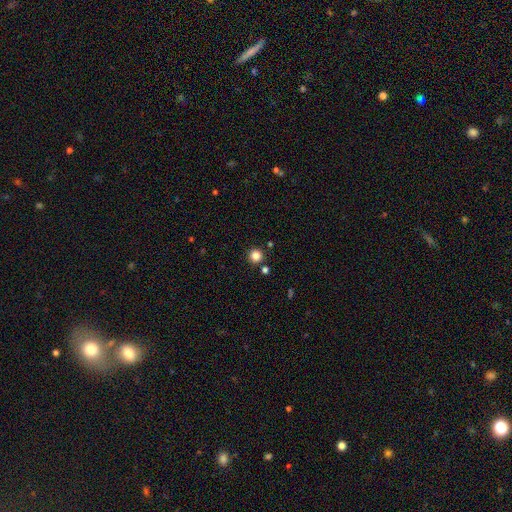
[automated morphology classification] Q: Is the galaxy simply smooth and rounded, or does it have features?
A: smooth — 83%.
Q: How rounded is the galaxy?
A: round — 96%.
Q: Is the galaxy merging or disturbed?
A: none — 88%.